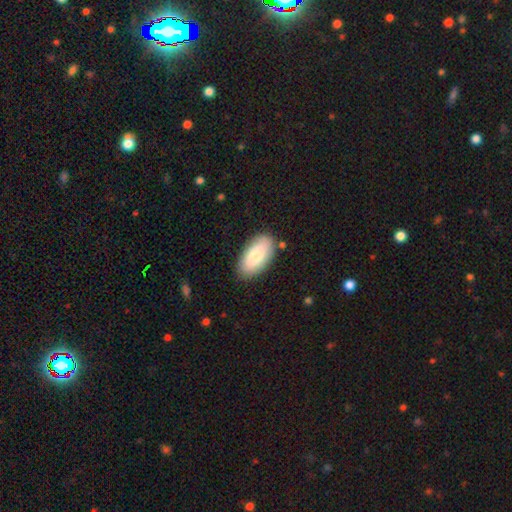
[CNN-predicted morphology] Overall: smooth (79%). How rounded: in between (95%). Merging: none (83%).